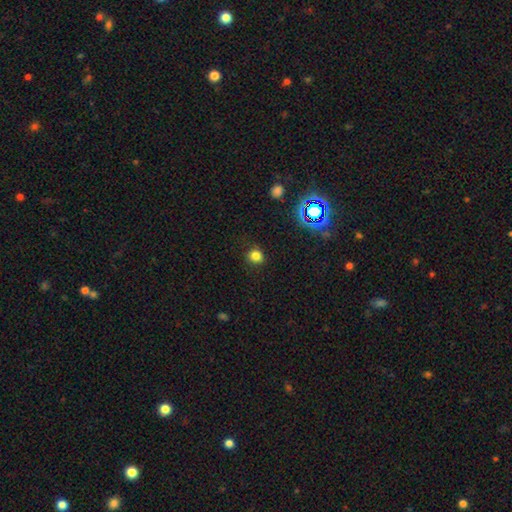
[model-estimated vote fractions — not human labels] Smooth or featured? smooth (79%)
How rounded? round (84%)
Merging? none (87%)